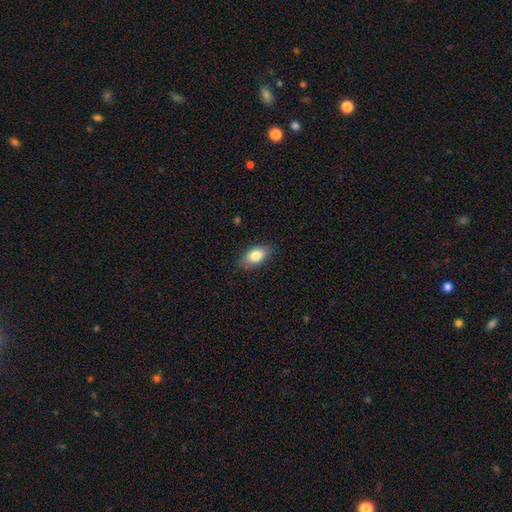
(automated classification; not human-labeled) A smooth galaxy with no disk features (82%) that is in between round and cigar-shaped (91%). Merging: none (82%).